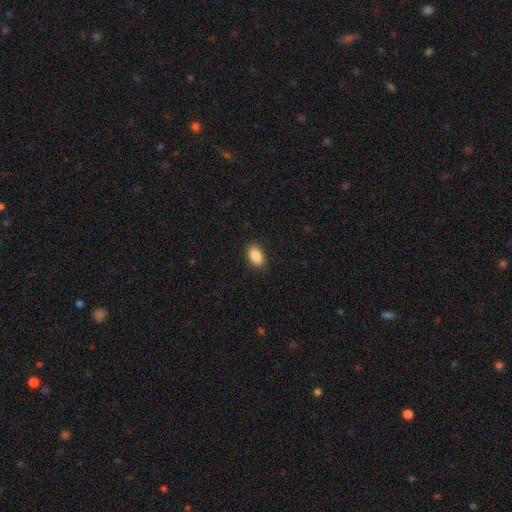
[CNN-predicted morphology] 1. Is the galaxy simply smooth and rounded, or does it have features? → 89% smooth, 7% star or artifact, 3% featured or disk.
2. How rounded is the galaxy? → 92% in between, 7% round, 2% cigar-shaped.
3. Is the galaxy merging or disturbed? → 89% none, 8% minor disturbance, 2% major disturbance, 1% merger.